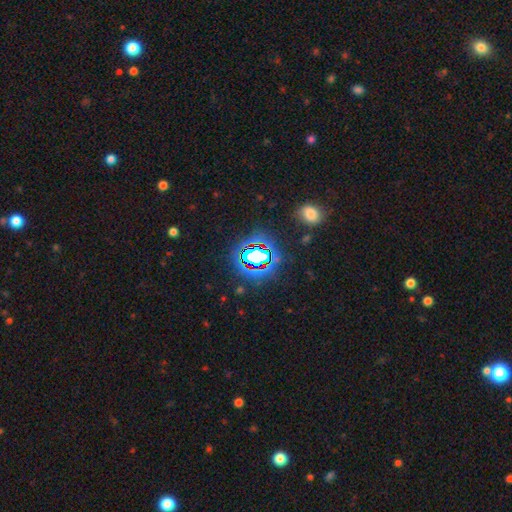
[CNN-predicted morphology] This is likely a star or artifact rather than a galaxy (70%).